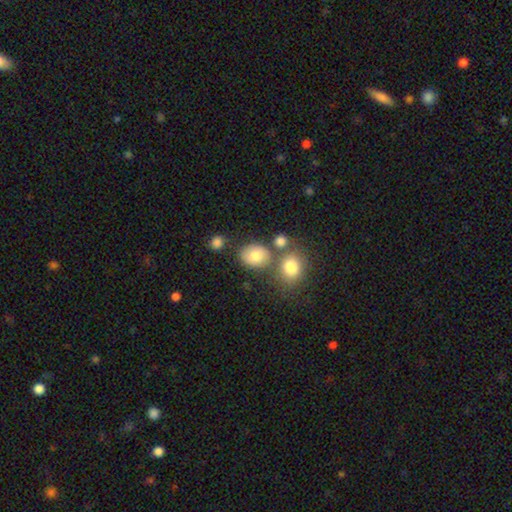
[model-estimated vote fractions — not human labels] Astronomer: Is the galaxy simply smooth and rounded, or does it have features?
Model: smooth — 79%.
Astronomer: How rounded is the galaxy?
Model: in between — 50% (runner-up: round, 49%).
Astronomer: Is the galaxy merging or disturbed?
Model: none — 62%.